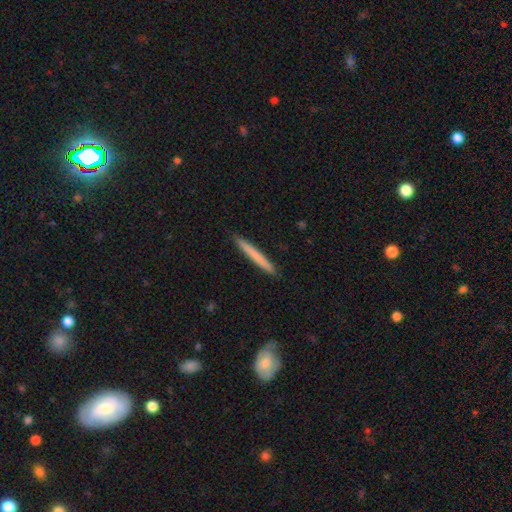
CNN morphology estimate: smooth_or_featured: smooth (p=0.70) [alt: featured or disk p=0.25]
how_rounded: cigar-shaped (p=0.97) [alt: in between p=0.02]
merging: none (p=0.92) [alt: minor disturbance p=0.06]